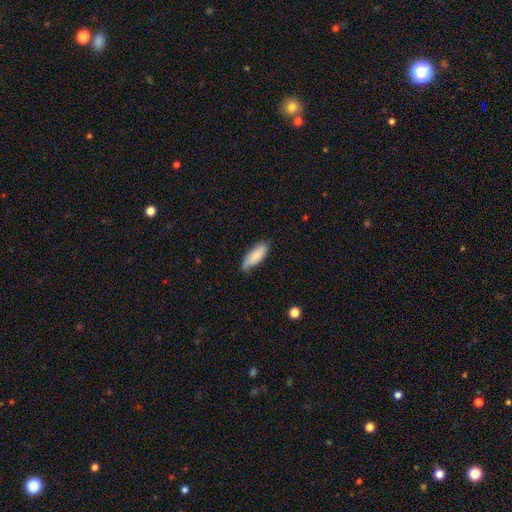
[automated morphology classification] A smooth galaxy with no disk features (82%) that is in between round and cigar-shaped (70%). Merging: none (66%).